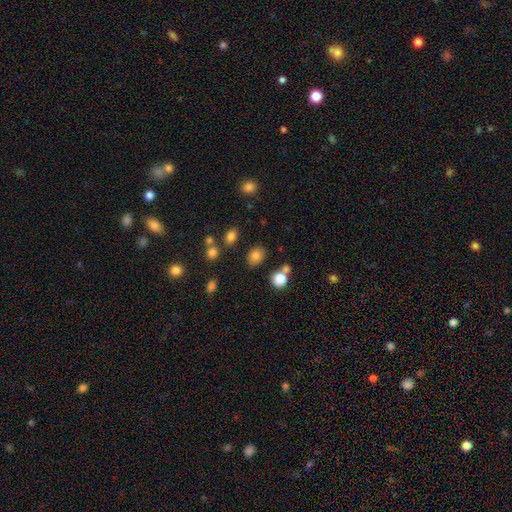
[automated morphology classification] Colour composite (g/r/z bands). It shows a smooth galaxy with no disk features (81%) that is in between round and cigar-shaped (65%). Merging: none (79%).